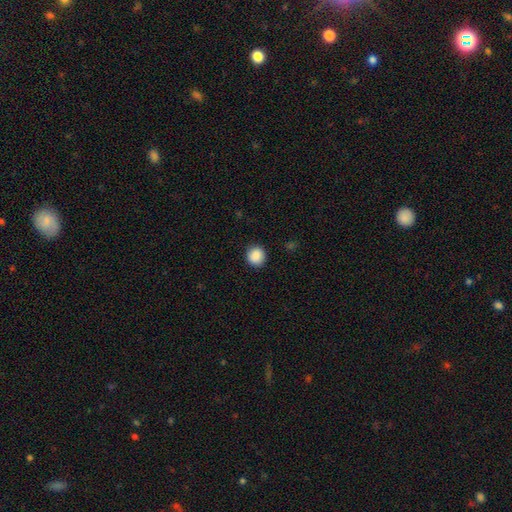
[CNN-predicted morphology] Smooth or featured?
  - smooth: 89% *
  - star or artifact: 8%
  - featured or disk: 3%
How rounded?
  - round: 90% *
  - in between: 9%
  - cigar-shaped: 1%
Merging?
  - none: 90% *
  - minor disturbance: 7%
  - major disturbance: 2%
  - merger: 1%